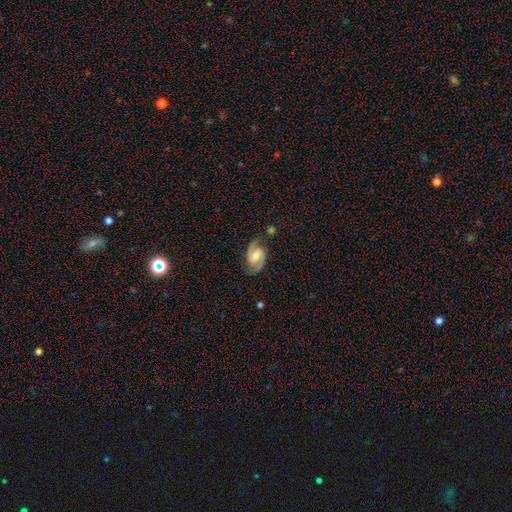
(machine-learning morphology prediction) smooth-or-featured: featured or disk: 84% | smooth: 11% | star or artifact: 6%
  disk-edge-on: no: 97% | yes: 3%
    bar: weak: 50% | no: 31% | strong: 19%
    has-spiral-arms: yes: 96% | no: 4%
      spiral-winding: medium: 56% | tight: 26% | loose: 19%
      spiral-arm-count: 2: 93% | can't tell: 3% | 1: 1% | 3: 1% | 4: 1% | more than 4: 1%
    bulge-size: moderate: 59% | small: 32% | large: 4% | none: 3% | dominant: 1%
  merging: none: 79% | minor disturbance: 14% | major disturbance: 4% | merger: 3%